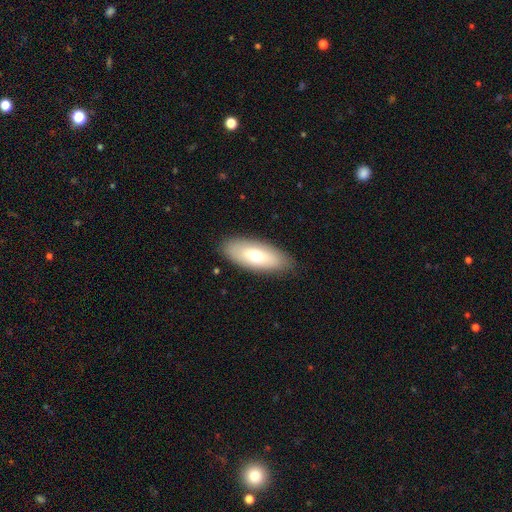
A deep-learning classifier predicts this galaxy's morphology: Smooth or featured?
  - smooth: 68% *
  - featured or disk: 26%
  - star or artifact: 6%
How rounded?
  - in between: 80% *
  - cigar-shaped: 18%
  - round: 2%
Merging?
  - none: 87% *
  - minor disturbance: 10%
  - major disturbance: 2%
  - merger: 1%